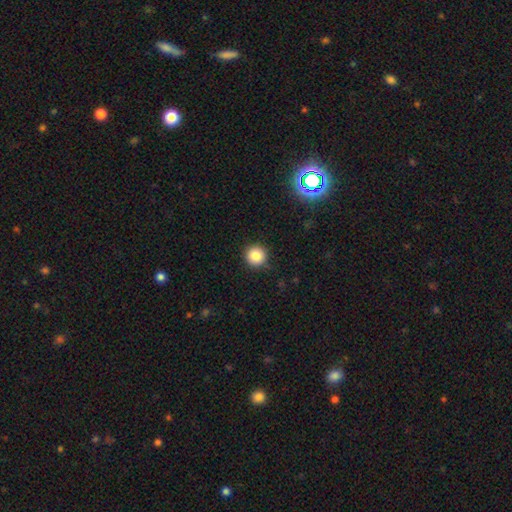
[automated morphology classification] Smooth or featured: smooth — 84% (star or artifact — 12%)
How rounded: round — 95% (in between — 4%)
Merging: none — 90% (minor disturbance — 7%)